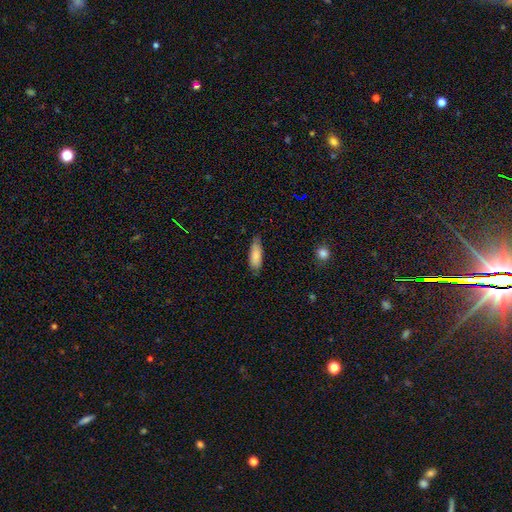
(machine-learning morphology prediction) smooth-or-featured: smooth: 83% | featured or disk: 11% | star or artifact: 6%
  how-rounded: in between: 66% | cigar-shaped: 32% | round: 2%
  merging: none: 74% | minor disturbance: 21% | major disturbance: 3% | merger: 1%